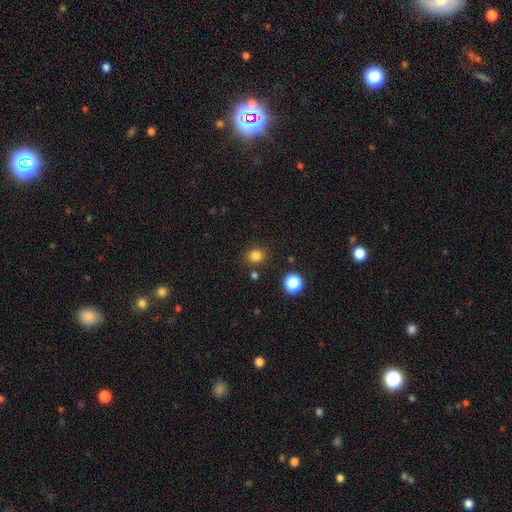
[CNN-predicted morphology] Smooth or featured?
  - smooth: 81% *
  - star or artifact: 14%
  - featured or disk: 5%
How rounded?
  - round: 76% *
  - in between: 23%
  - cigar-shaped: 1%
Merging?
  - none: 84% *
  - minor disturbance: 9%
  - merger: 4%
  - major disturbance: 3%